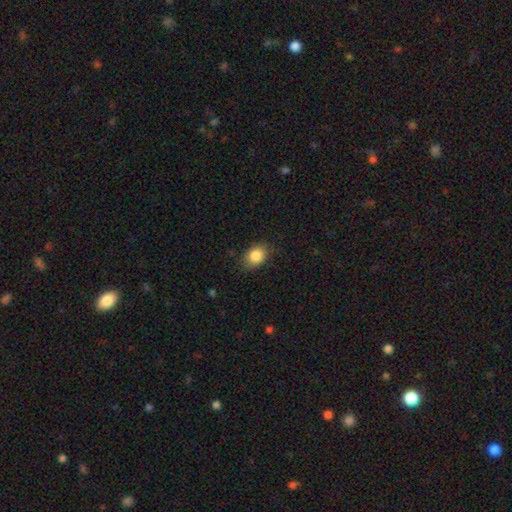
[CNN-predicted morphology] A smooth galaxy with no disk features (86%) that is in between round and cigar-shaped (68%). Merging: none (79%).